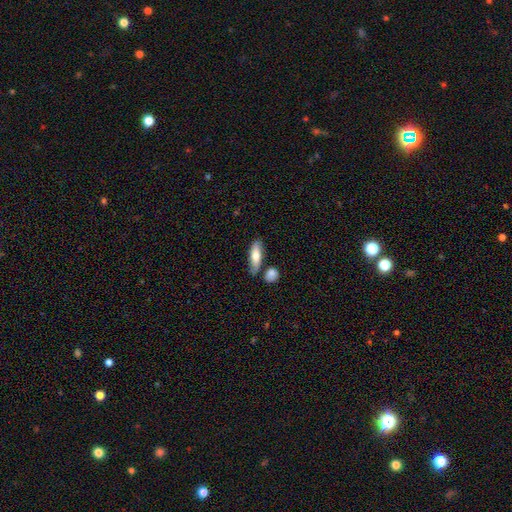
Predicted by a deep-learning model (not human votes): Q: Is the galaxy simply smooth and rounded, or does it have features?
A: smooth — 70%.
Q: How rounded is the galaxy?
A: in between — 49%.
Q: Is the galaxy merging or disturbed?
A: none — 72%.